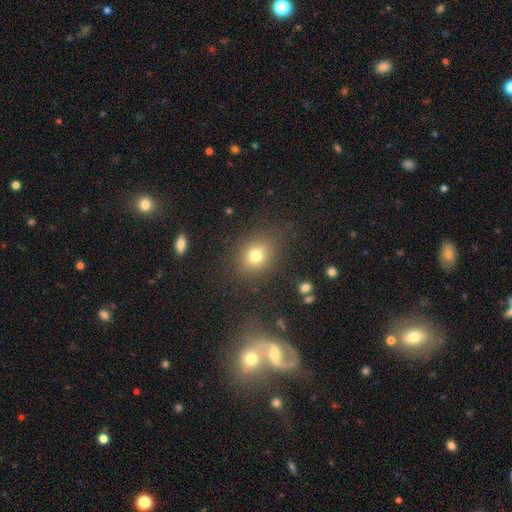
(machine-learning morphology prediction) A smooth galaxy with no disk features (76%) that is round (59%).

Vote fractions:
- Smooth or featured? smooth: 76% / star or artifact: 15% / featured or disk: 10%
- How rounded? round: 59% / in between: 39% / cigar-shaped: 1%
- Merging? none: 81% / minor disturbance: 11% / major disturbance: 6% / merger: 2%